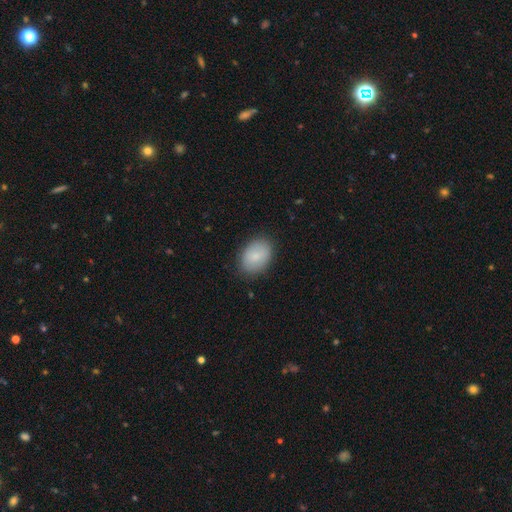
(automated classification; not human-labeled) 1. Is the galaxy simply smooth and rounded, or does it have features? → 82% smooth, 11% featured or disk, 7% star or artifact.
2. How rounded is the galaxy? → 78% in between, 21% round, 1% cigar-shaped.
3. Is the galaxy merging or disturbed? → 84% none, 12% minor disturbance, 3% major disturbance, 1% merger.